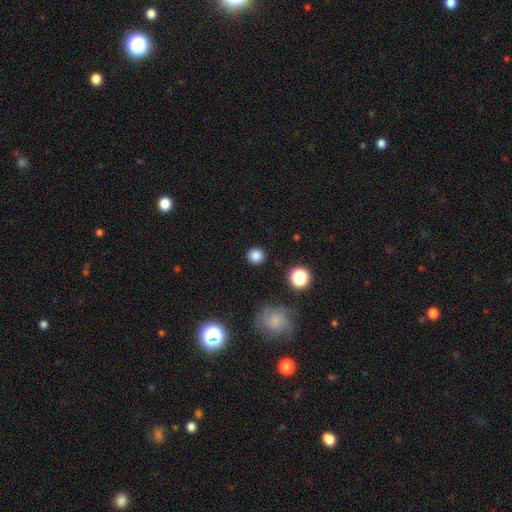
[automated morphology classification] Smooth or featured? Predicted: smooth (p=0.82). How rounded? Predicted: round (p=0.92). Merging? Predicted: none (p=0.89).